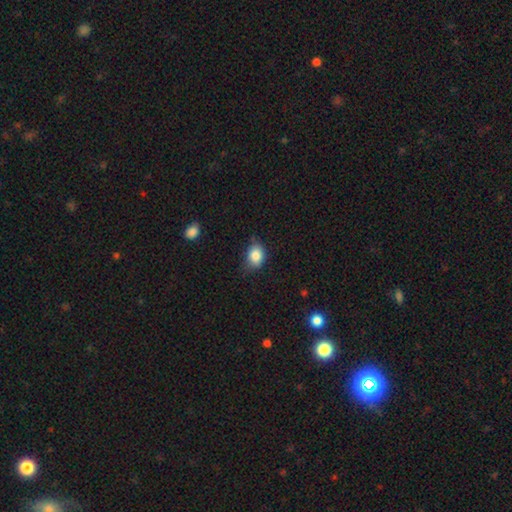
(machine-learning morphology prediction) smooth 84%, star or artifact 9%, featured or disk 7%. Down the decision tree: how rounded — in between (60%); merging — none (63%).